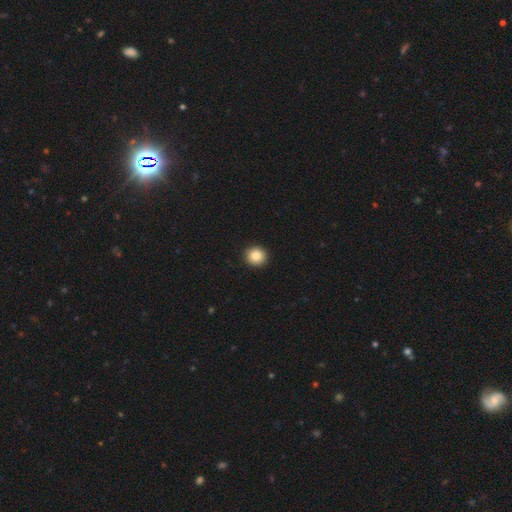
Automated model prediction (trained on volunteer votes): This appears to be a smooth galaxy with no disk features (86%) that is round (91%). Merging: none (93%).